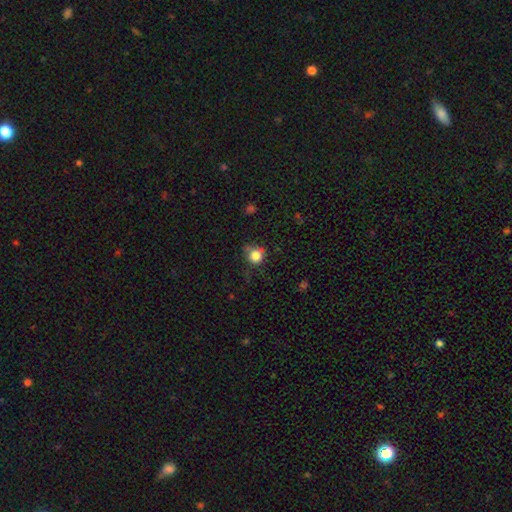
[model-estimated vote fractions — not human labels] A smooth galaxy with no disk features (82%) that is round (88%). Merging: none (66%).